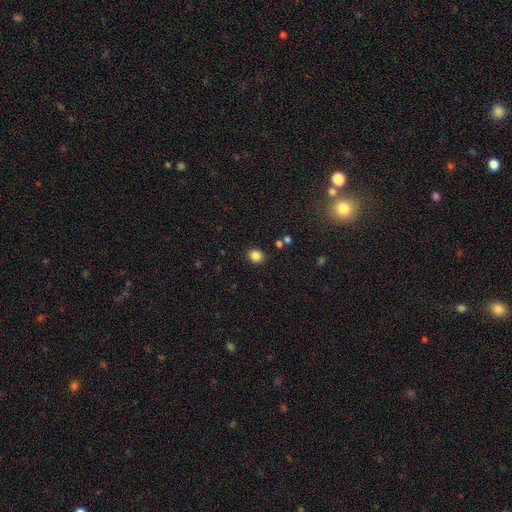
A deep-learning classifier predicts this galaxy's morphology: A smooth galaxy with no disk features (85%) that is round (65%). Merging: none (88%).